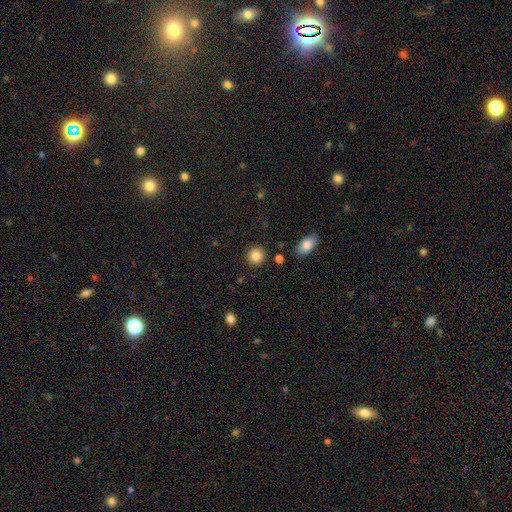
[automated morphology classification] The model was most divided on "smooth or featured": smooth: 86%, star or artifact: 9%, featured or disk: 5%. More confident: how rounded — round (90%); merging — none (89%).